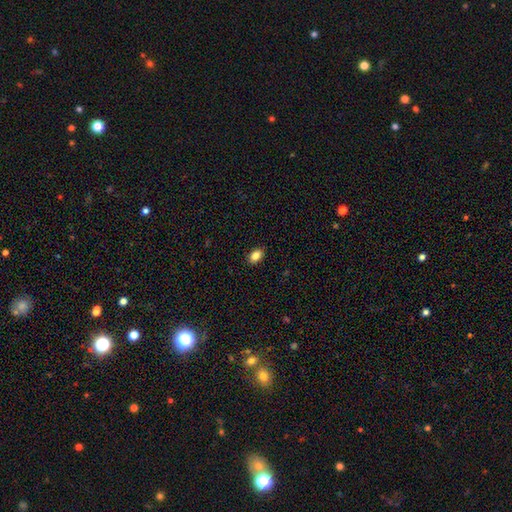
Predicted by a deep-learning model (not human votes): A smooth galaxy with no disk features (86%) that is in between round and cigar-shaped (85%).

Vote fractions:
- Smooth or featured? smooth: 86% / star or artifact: 9% / featured or disk: 5%
- How rounded? in between: 85% / round: 14% / cigar-shaped: 2%
- Merging? none: 89% / minor disturbance: 8% / major disturbance: 2% / merger: 1%